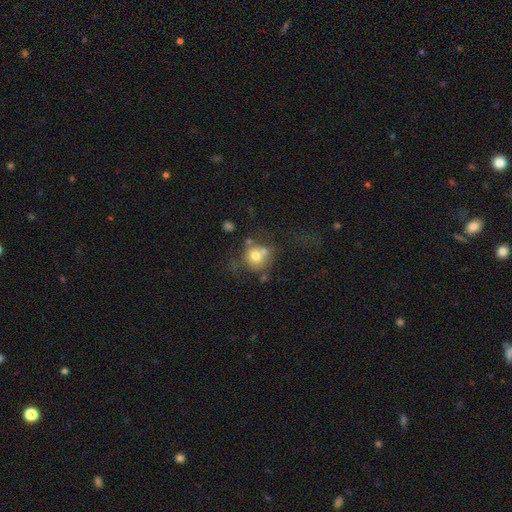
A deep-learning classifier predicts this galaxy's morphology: smooth-or-featured: smooth: 70% | featured or disk: 19% | star or artifact: 11%
  how-rounded: round: 84% | in between: 15% | cigar-shaped: 1%
  merging: none: 47% | merger: 24% | minor disturbance: 17% | major disturbance: 12%